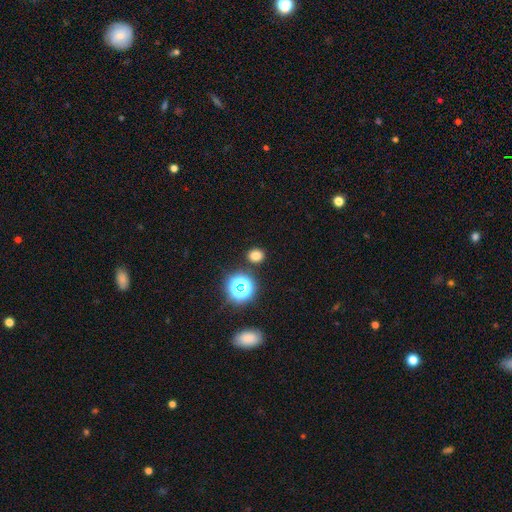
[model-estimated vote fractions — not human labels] smooth_or_featured: smooth (p=0.73) [alt: star or artifact p=0.22]
how_rounded: round (p=0.65) [alt: in between p=0.34]
merging: none (p=0.87) [alt: minor disturbance p=0.07]